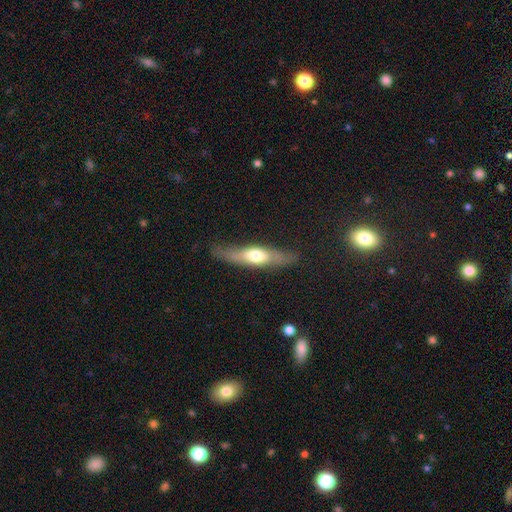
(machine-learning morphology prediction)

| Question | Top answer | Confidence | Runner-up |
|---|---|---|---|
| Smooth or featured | featured or disk | 51% | smooth (44%) |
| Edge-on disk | yes | 73% | no (27%) |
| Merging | none | 77% | minor disturbance (16%) |